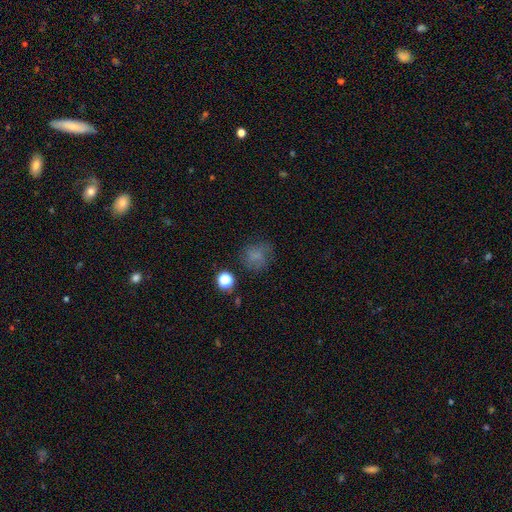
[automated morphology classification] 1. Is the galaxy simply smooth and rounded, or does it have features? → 68% smooth, 19% star or artifact, 13% featured or disk.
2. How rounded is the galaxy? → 80% round, 19% in between, 1% cigar-shaped.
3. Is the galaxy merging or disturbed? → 66% none, 19% minor disturbance, 11% major disturbance, 3% merger.